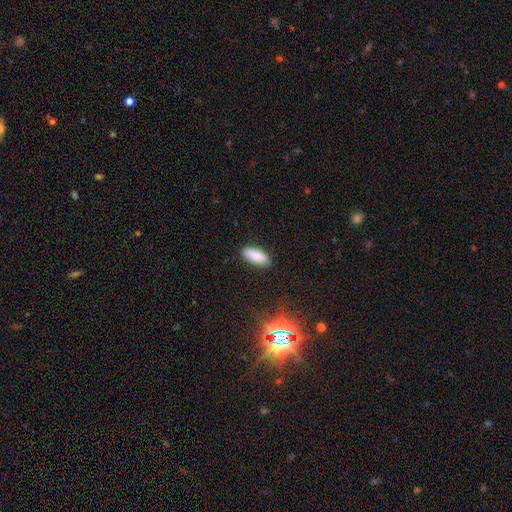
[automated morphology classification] This appears to be a smooth galaxy with no disk features (87%) that is in between round and cigar-shaped (77%). Merging: none (86%).